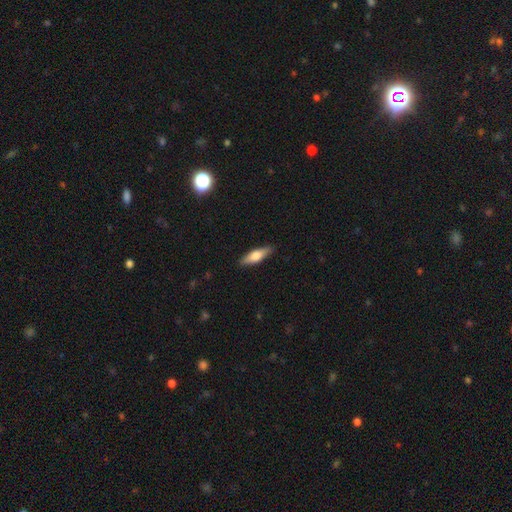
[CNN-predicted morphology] Q: Smooth or featured?
A: smooth (59%); runner-up: featured or disk (35%)
Q: How rounded?
A: cigar-shaped (56%); runner-up: in between (42%)
Q: Merging?
A: none (88%); runner-up: minor disturbance (9%)